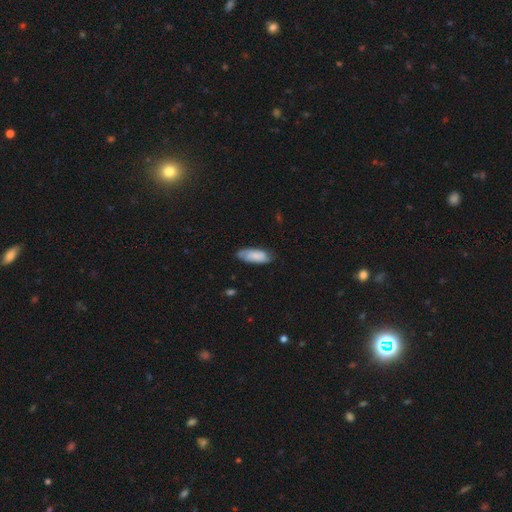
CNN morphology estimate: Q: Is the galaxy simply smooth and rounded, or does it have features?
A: smooth — 75%.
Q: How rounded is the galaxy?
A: in between — 77%.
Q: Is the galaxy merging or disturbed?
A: none — 70%.